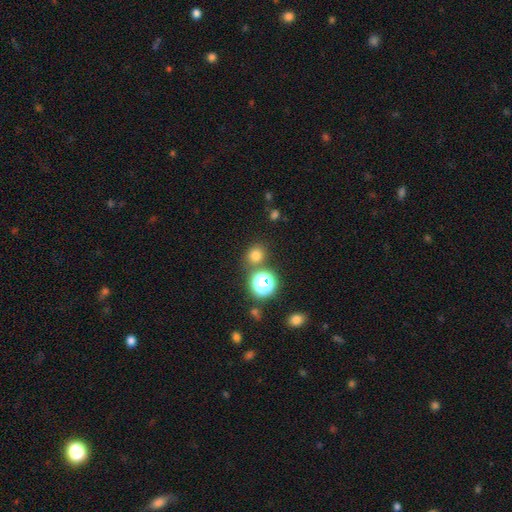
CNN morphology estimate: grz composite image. It shows a smooth galaxy with no disk features (72%) that is round (84%). Merging: none (78%).